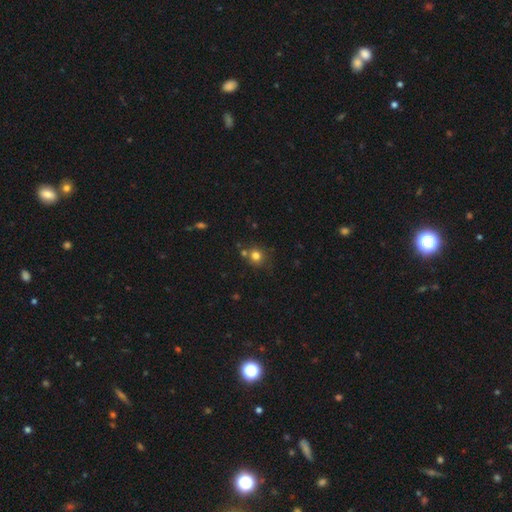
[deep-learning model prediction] Overall: smooth (78%). How rounded: round (85%). Merging: none (68%).